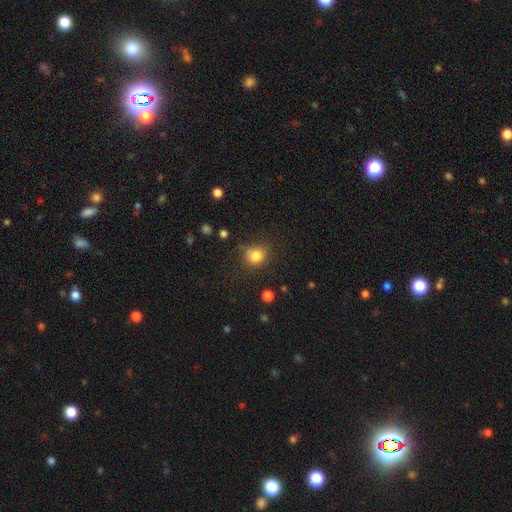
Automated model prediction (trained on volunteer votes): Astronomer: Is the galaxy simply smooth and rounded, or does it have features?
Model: smooth — 82%.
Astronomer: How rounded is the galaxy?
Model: round — 79%.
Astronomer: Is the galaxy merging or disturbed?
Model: none — 71%.